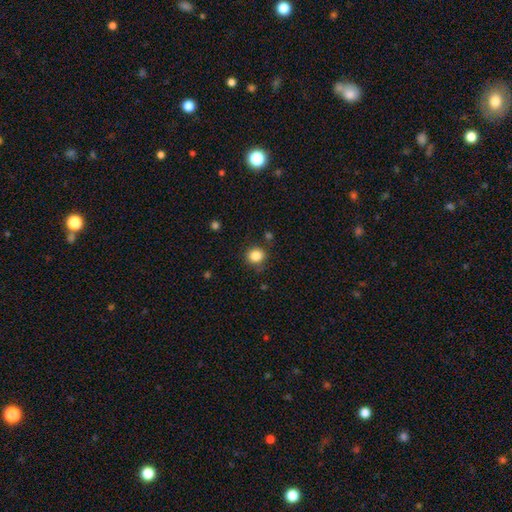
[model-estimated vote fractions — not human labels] A smooth galaxy with no disk features (85%) that is round (85%).

Vote fractions:
- Smooth or featured? smooth: 85% / star or artifact: 11% / featured or disk: 4%
- How rounded? round: 85% / in between: 14% / cigar-shaped: 1%
- Merging? none: 83% / minor disturbance: 11% / major disturbance: 3% / merger: 3%